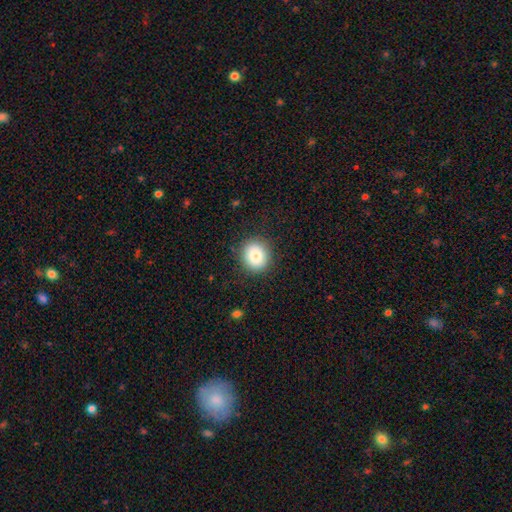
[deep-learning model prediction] Smooth or featured? Predicted: smooth (p=0.83). How rounded? Predicted: round (p=0.86). Merging? Predicted: none (p=0.88).